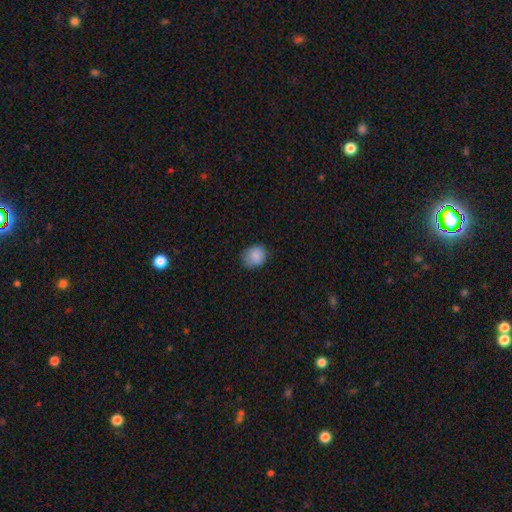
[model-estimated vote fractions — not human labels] A smooth galaxy with no disk features (86%) that is round (61%). Merging: none (75%).